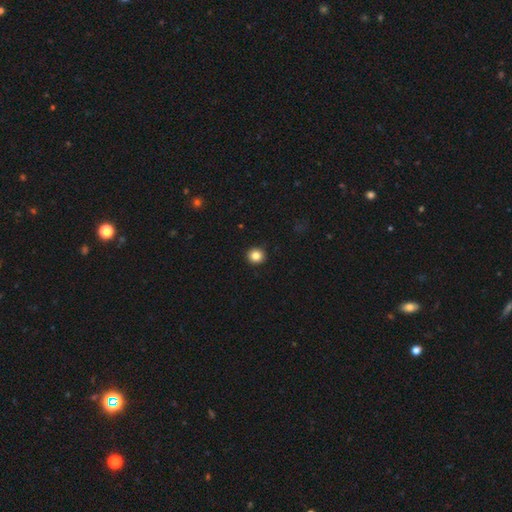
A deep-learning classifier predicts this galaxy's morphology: smooth_or_featured: smooth (p=0.84) [alt: star or artifact p=0.11]
how_rounded: round (p=0.93) [alt: in between p=0.06]
merging: none (p=0.93) [alt: minor disturbance p=0.04]